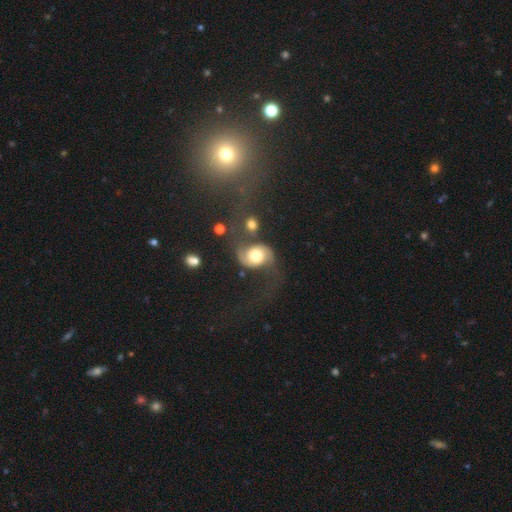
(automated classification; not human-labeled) Overall: featured or disk (69%). Edge-on disk: no (97%). Bar: no (69%). Spiral arms: yes (90%). Spiral arm count: 2 (92%). Spiral winding: loose (62%; medium 30%). Bulge size: moderate (56%; large 30%). Merging: none (50%; major disturbance 21%).